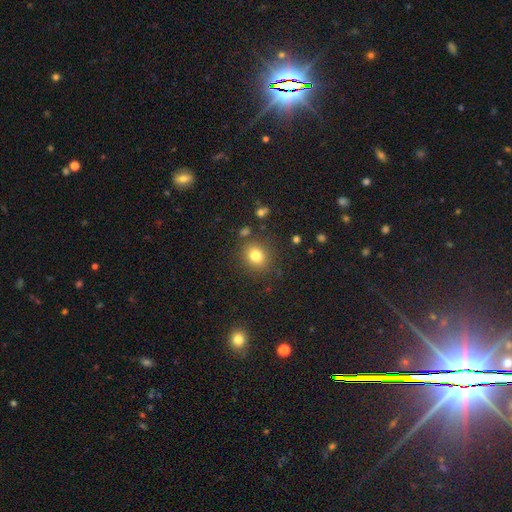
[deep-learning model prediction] Smooth or featured? Predicted: smooth (p=0.80). How rounded? Predicted: round (p=0.68). Merging? Predicted: none (p=0.84).